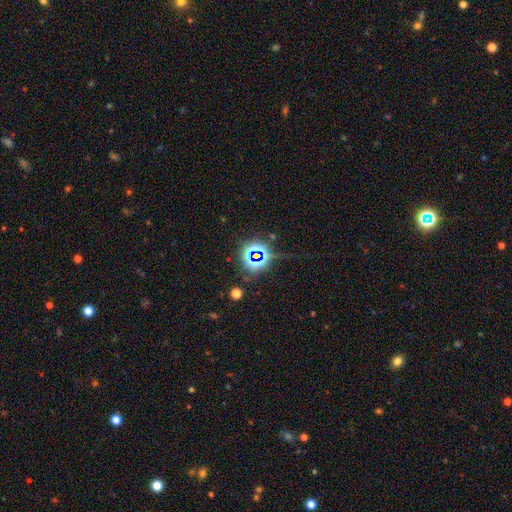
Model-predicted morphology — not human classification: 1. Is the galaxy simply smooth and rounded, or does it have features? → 72% star or artifact, 18% smooth, 10% featured or disk.